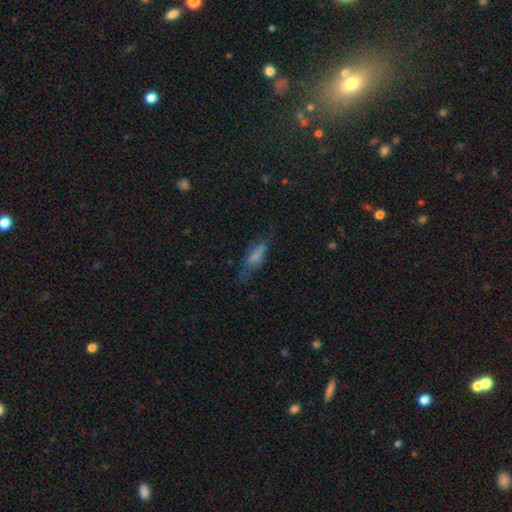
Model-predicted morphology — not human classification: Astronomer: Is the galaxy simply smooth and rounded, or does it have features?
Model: smooth — 63%.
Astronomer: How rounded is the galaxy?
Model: in between — 53% (runner-up: cigar-shaped, 45%).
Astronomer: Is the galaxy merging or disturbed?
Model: none — 50% (runner-up: minor disturbance, 28%).